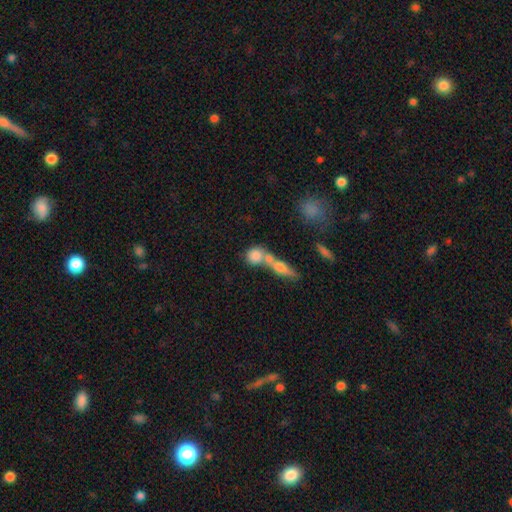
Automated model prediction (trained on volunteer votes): Smooth or featured? Predicted: smooth (p=0.76). How rounded? Predicted: round (p=0.65). Merging? Predicted: merger (p=0.56).